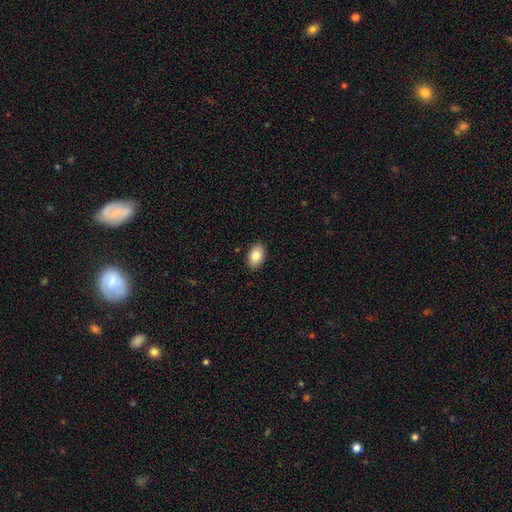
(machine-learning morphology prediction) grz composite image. It shows a smooth galaxy with no disk features (84%) that is in between round and cigar-shaped (90%). Merging: none (89%).